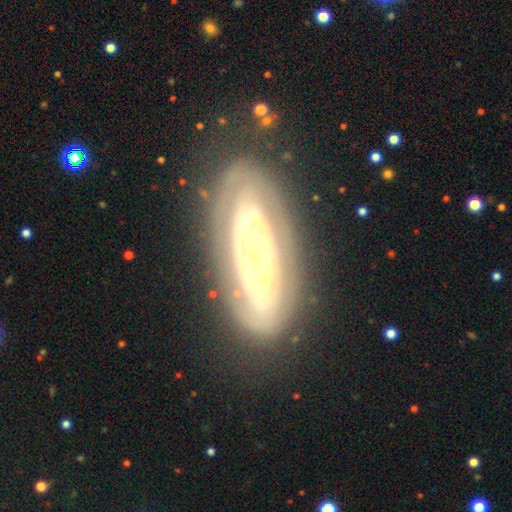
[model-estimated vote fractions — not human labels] Q: Smooth or featured?
A: featured or disk (81%); runner-up: smooth (13%)
Q: Edge-on disk?
A: no (86%); runner-up: yes (14%)
Q: Bar?
A: no (63%); runner-up: weak (21%)
Q: Spiral arms?
A: yes (74%); runner-up: no (26%)
Q: Spiral winding?
A: tight (78%); runner-up: medium (17%)
Q: Spiral arm count?
A: can't tell (54%); runner-up: 2 (24%)
Q: Bulge size?
A: moderate (48%); runner-up: small (37%)
Q: Merging?
A: none (79%); runner-up: minor disturbance (14%)